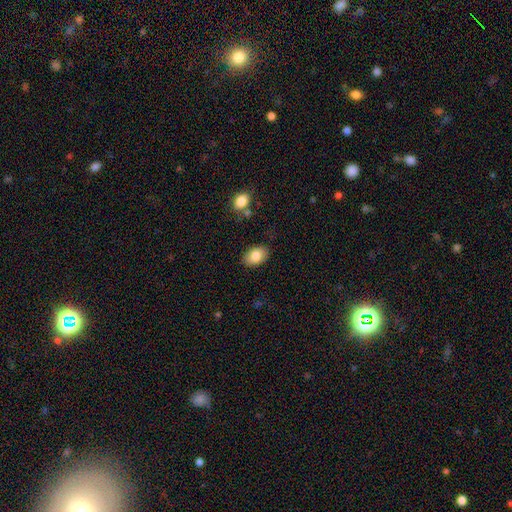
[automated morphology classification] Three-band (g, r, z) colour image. It shows a smooth galaxy with no disk features (83%) that is in between round and cigar-shaped (88%). Merging: none (85%).